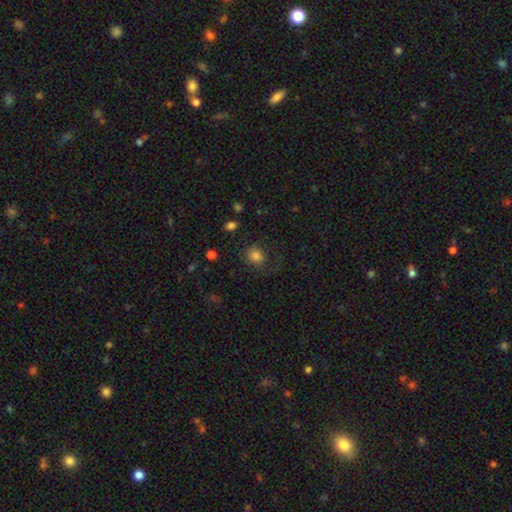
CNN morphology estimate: A smooth galaxy with no disk features (82%) that is round (70%). Merging: none (68%).